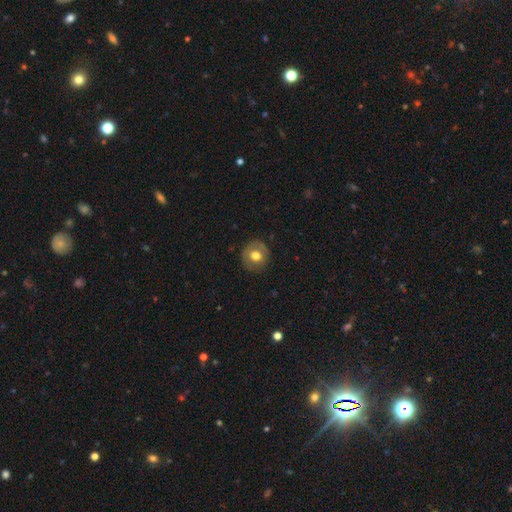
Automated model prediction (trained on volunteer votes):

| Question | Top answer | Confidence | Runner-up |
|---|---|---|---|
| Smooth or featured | smooth | 65% | featured or disk (26%) |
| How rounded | round | 89% | in between (10%) |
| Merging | none | 83% | minor disturbance (12%) |